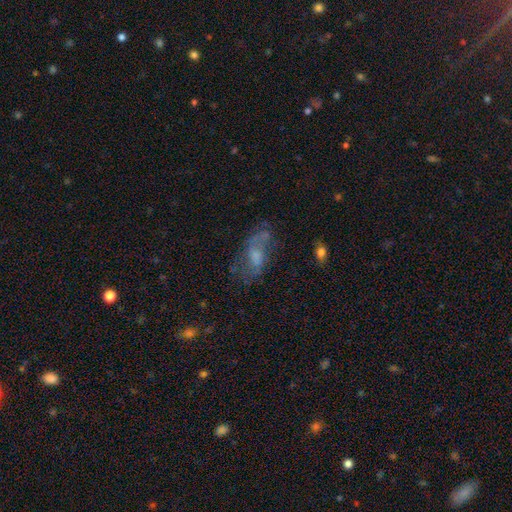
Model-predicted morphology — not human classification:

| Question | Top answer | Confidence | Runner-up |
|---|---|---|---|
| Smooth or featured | featured or disk | 54% | smooth (34%) |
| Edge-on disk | no | 91% | yes (9%) |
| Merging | none | 48% | major disturbance (24%) |